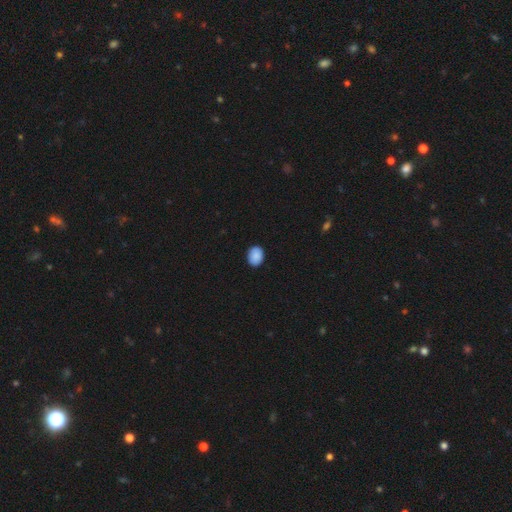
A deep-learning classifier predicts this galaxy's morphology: This is clearly a smooth galaxy (89%). How rounded: likely in between (63%). Merging: clearly none (88%).